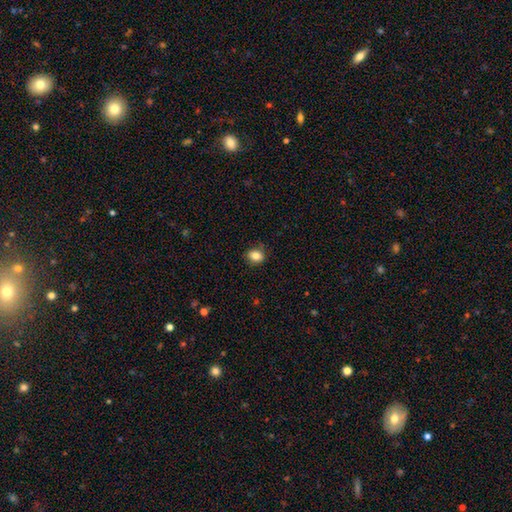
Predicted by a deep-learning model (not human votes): A smooth galaxy with no disk features (84%) that is round (50%).

Vote fractions:
- Smooth or featured? smooth: 84% / star or artifact: 10% / featured or disk: 6%
- How rounded? round: 50% / in between: 49% / cigar-shaped: 1%
- Merging? none: 82% / minor disturbance: 14% / major disturbance: 3% / merger: 1%